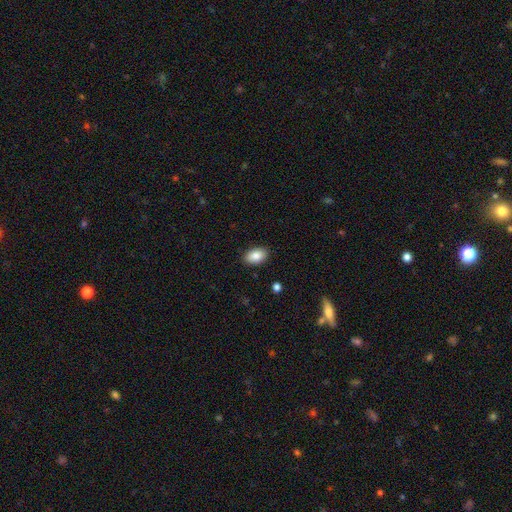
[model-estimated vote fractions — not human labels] A smooth galaxy with no disk features (87%) that is in between round and cigar-shaped (92%). Merging: none (88%).